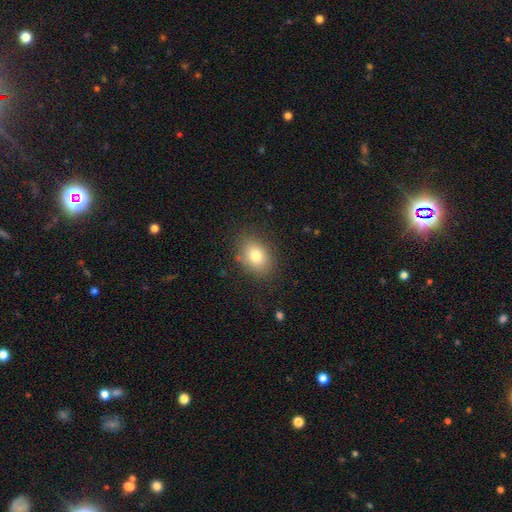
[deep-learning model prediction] Morphology: type=smooth (80%); roundness=in between (72%); merging=none (82%).